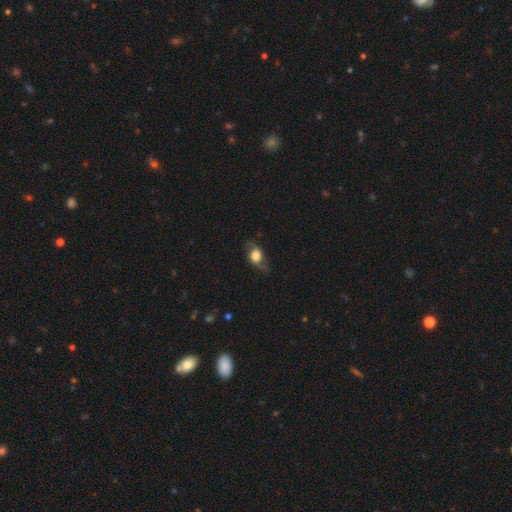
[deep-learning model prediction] smooth-or-featured: smooth: 59% | featured or disk: 32% | star or artifact: 9%
  how-rounded: in between: 59% | round: 37% | cigar-shaped: 3%
  merging: none: 57% | minor disturbance: 26% | major disturbance: 16% | merger: 2%